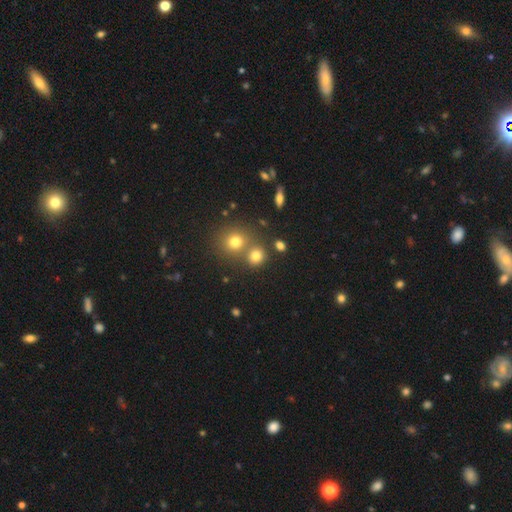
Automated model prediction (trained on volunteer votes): This is likely a smooth galaxy (76%). How rounded: likely round (79%). Merging: likely none (63%).